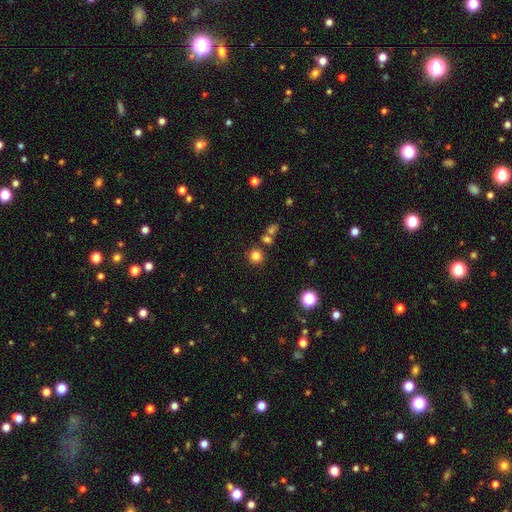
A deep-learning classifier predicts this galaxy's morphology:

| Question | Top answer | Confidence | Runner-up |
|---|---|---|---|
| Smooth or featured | smooth | 80% | star or artifact (14%) |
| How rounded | round | 91% | in between (8%) |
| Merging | none | 81% | merger (9%) |